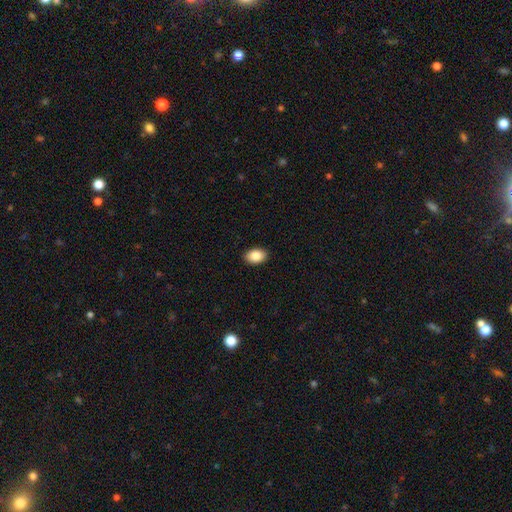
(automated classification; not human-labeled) Smooth or featured? Predicted: smooth (p=0.87). How rounded? Predicted: in between (p=0.85). Merging? Predicted: none (p=0.91).